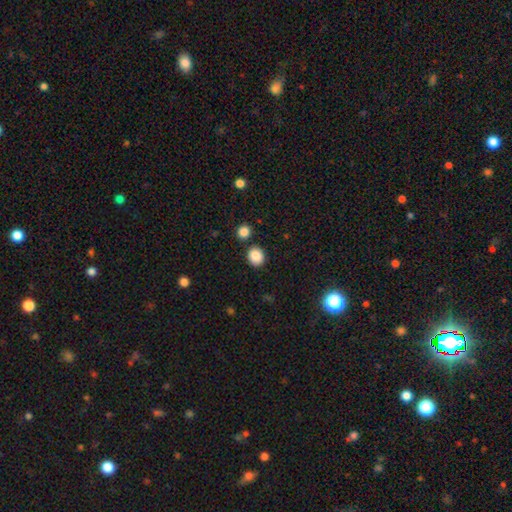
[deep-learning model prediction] The model was most divided on "how rounded": round: 74%, in between: 25%, cigar-shaped: 1%. More confident: smooth or featured — smooth (87%); merging — none (84%).